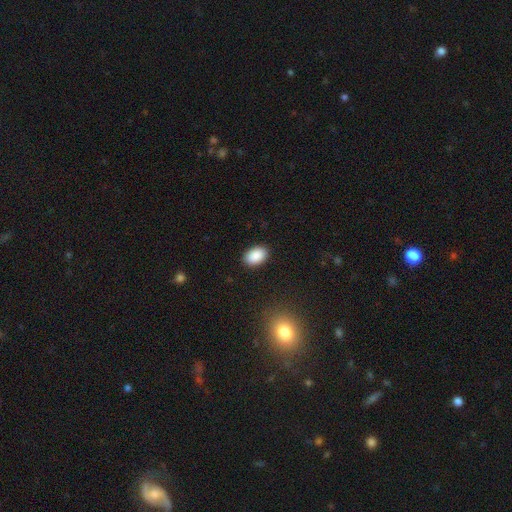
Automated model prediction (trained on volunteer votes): A smooth galaxy with no disk features (90%) that is in between round and cigar-shaped (89%).

Vote fractions:
- Smooth or featured? smooth: 90% / star or artifact: 7% / featured or disk: 3%
- How rounded? in between: 89% / round: 10% / cigar-shaped: 1%
- Merging? none: 90% / minor disturbance: 7% / major disturbance: 2% / merger: 1%